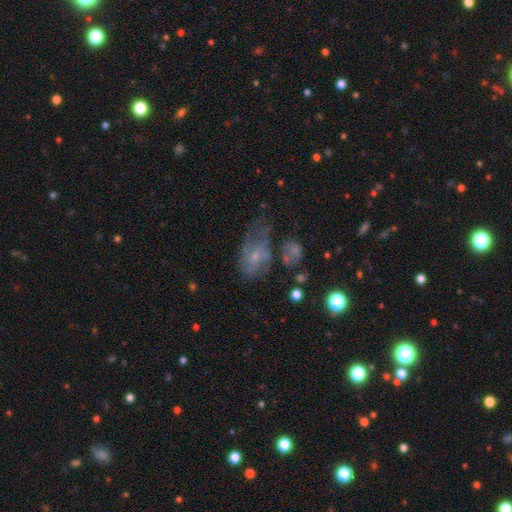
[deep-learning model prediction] featured or disk 52%, smooth 36%, star or artifact 12%. Down the decision tree: edge-on disk — no (95%); merging — major disturbance (38%).